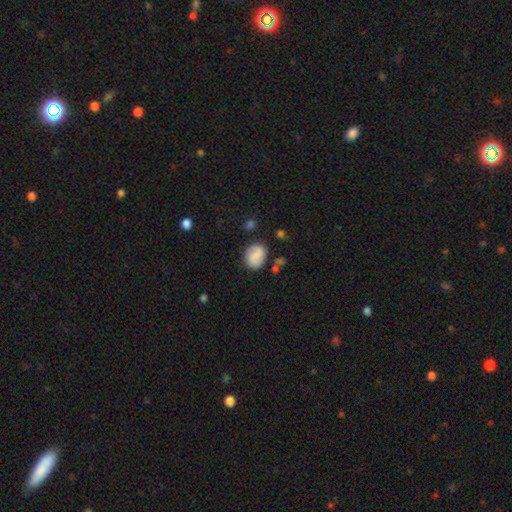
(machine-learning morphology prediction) The model was most divided on "how rounded": round: 57%, in between: 42%, cigar-shaped: 1%. More confident: merging — none (76%); smooth or featured — smooth (68%).